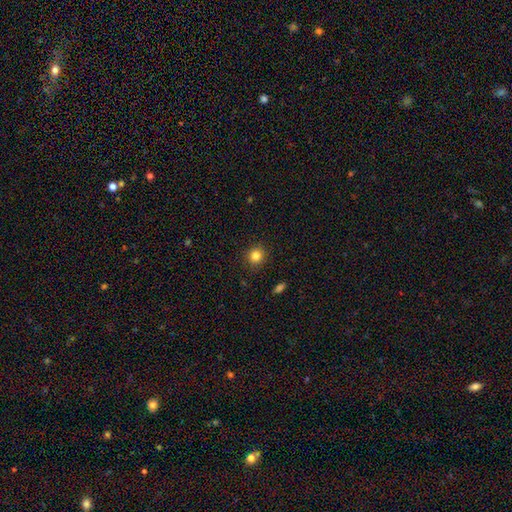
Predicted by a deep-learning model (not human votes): Morphology: type=smooth (82%); roundness=round (89%); merging=none (90%).